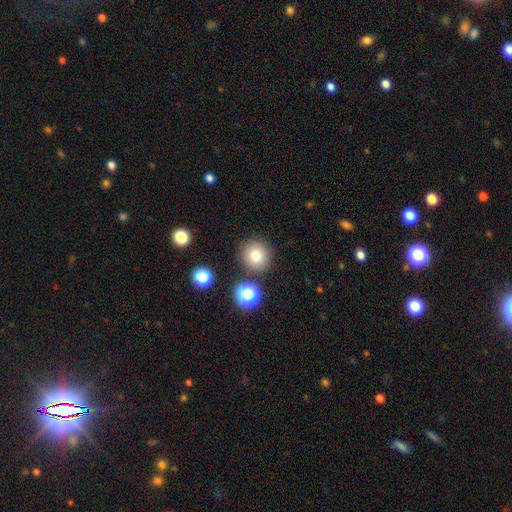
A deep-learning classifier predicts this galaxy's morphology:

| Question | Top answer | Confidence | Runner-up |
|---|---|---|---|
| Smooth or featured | smooth | 80% | star or artifact (13%) |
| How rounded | round | 92% | in between (7%) |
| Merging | none | 85% | minor disturbance (7%) |